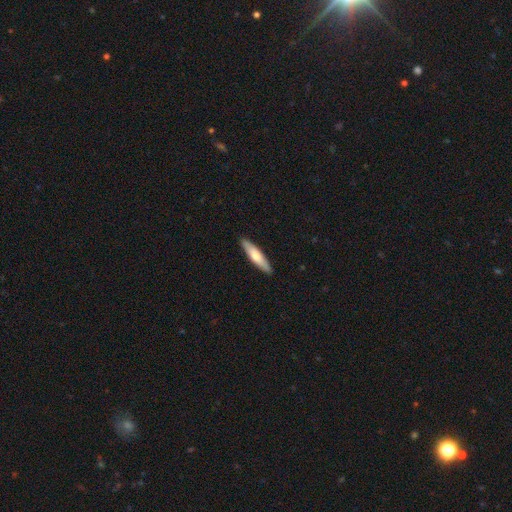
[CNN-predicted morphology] A smooth galaxy with no disk features (67%) that is cigar-shaped (79%). Merging: none (91%).